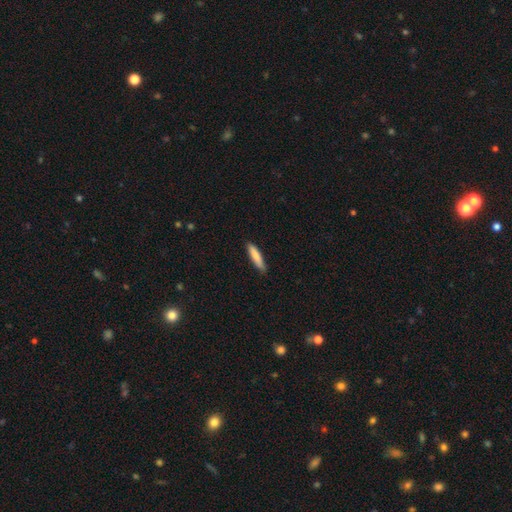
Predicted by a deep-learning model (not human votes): A smooth galaxy with no disk features (80%) that is cigar-shaped (84%).

Vote fractions:
- Smooth or featured? smooth: 80% / featured or disk: 14% / star or artifact: 6%
- How rounded? cigar-shaped: 84% / in between: 15% / round: 1%
- Merging? none: 87% / minor disturbance: 10% / major disturbance: 2% / merger: 1%